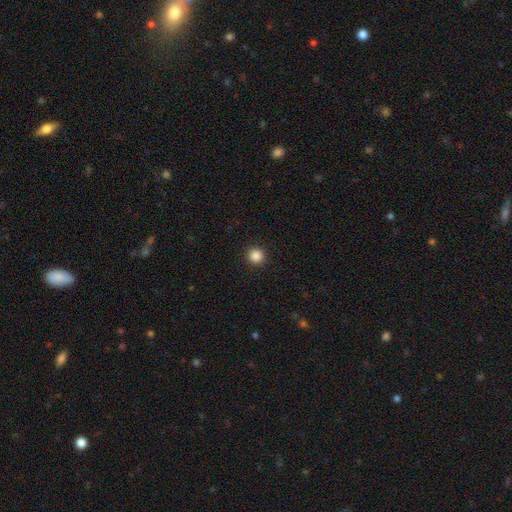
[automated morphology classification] Smooth or featured? smooth (87%)
How rounded? round (95%)
Merging? none (93%)